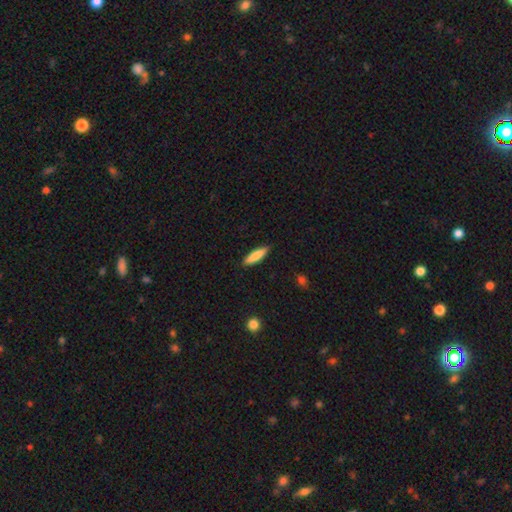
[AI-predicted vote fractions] Smooth or featured? smooth (82%)
How rounded? cigar-shaped (74%)
Merging? none (89%)